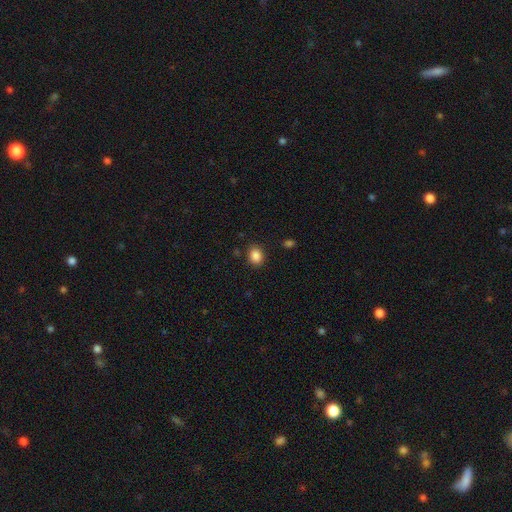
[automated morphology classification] A smooth galaxy with no disk features (86%) that is in between round and cigar-shaped (50%).

Vote fractions:
- Smooth or featured? smooth: 86% / star or artifact: 10% / featured or disk: 4%
- How rounded? in between: 50% / round: 49% / cigar-shaped: 1%
- Merging? none: 87% / minor disturbance: 9% / major disturbance: 2% / merger: 2%